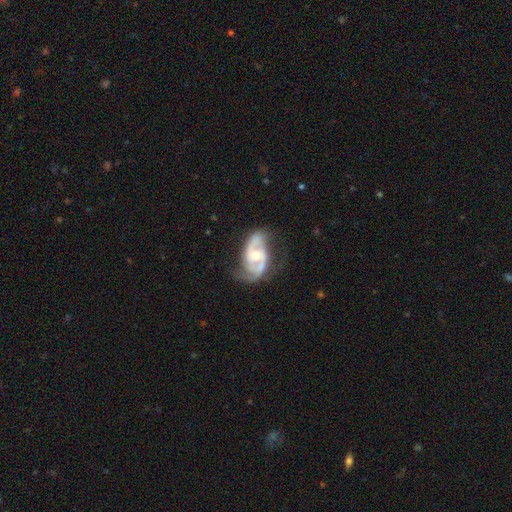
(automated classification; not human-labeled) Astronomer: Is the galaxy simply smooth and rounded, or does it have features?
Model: featured or disk — 86%.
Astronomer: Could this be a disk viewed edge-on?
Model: no — 96%.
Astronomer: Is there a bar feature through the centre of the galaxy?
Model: no — 49% (runner-up: weak, 39%).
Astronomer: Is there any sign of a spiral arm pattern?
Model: yes — 95%.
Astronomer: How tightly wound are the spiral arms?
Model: medium — 51%.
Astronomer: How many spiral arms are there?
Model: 2 — 85%.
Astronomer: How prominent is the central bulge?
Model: moderate — 63%.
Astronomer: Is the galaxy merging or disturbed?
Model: none — 61%.